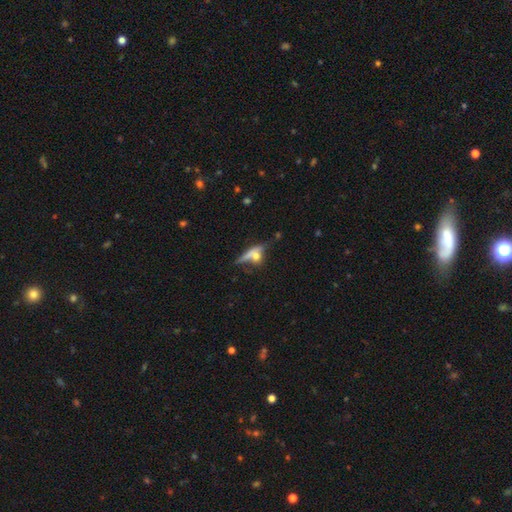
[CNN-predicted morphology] Smooth or featured? smooth (54%)
How rounded? in between (38%)
Merging? none (45%)